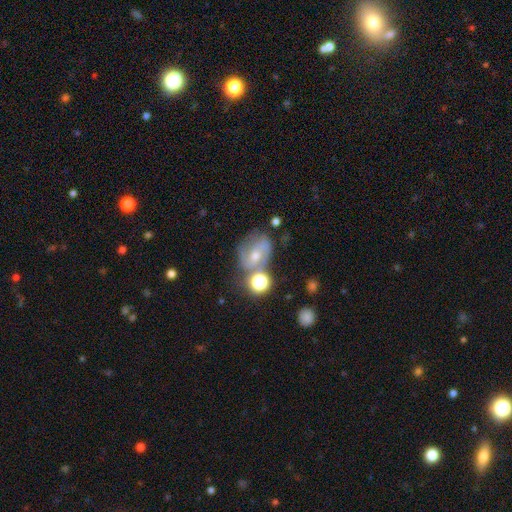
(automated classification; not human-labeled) This is possibly a featured or disk galaxy (58%). It is clearly not viewed edge-on (97%). Bar: marginally no (44%). Spiral arm pattern: clearly yes (84%). Central bulge: possibly moderate (48%). Merging: possibly none (47%).